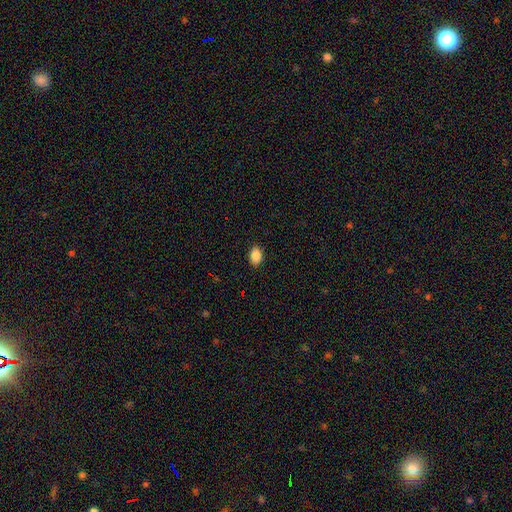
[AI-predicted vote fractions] Smooth or featured? Predicted: smooth (p=0.88). How rounded? Predicted: in between (p=0.84). Merging? Predicted: none (p=0.88).